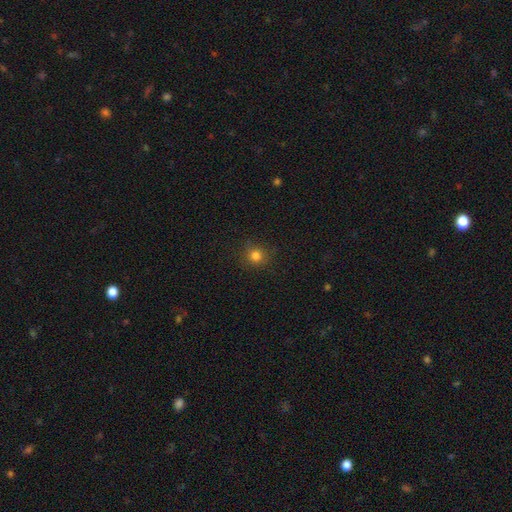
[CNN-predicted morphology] smooth_or_featured: smooth (p=0.80) [alt: star or artifact p=0.15]
how_rounded: round (p=0.91) [alt: in between p=0.08]
merging: none (p=0.88) [alt: minor disturbance p=0.08]